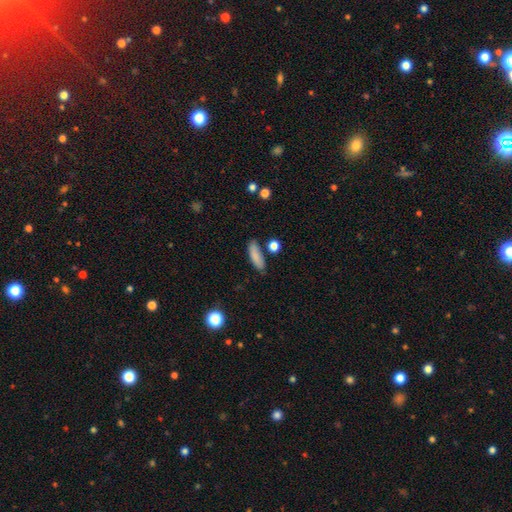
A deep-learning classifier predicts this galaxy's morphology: The model was most divided on "how rounded": in between: 49%, cigar-shaped: 48%, round: 3%. More confident: smooth or featured — smooth (85%); merging — none (76%).